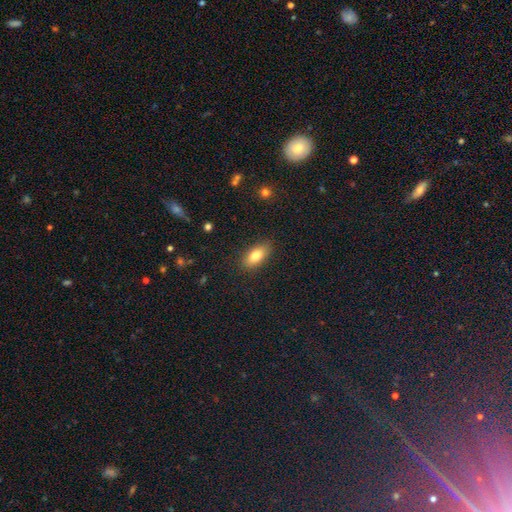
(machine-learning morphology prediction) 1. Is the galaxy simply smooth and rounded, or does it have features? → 79% smooth, 13% featured or disk, 8% star or artifact.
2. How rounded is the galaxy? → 85% in between, 11% cigar-shaped, 4% round.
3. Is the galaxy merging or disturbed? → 86% none, 10% minor disturbance, 3% major disturbance, 1% merger.